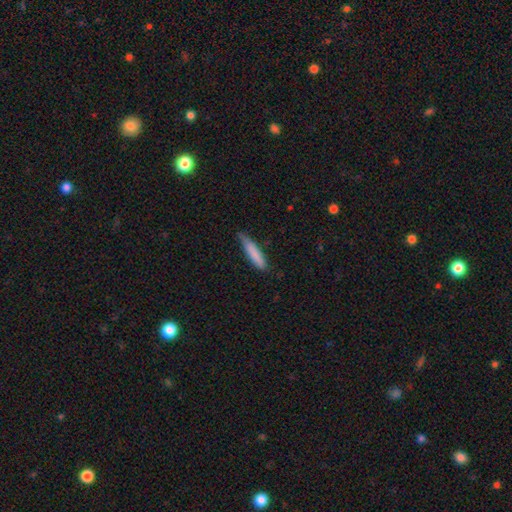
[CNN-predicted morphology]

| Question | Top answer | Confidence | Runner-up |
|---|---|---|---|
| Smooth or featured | smooth | 81% | featured or disk (13%) |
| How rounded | cigar-shaped | 85% | in between (14%) |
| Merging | none | 61% | minor disturbance (32%) |